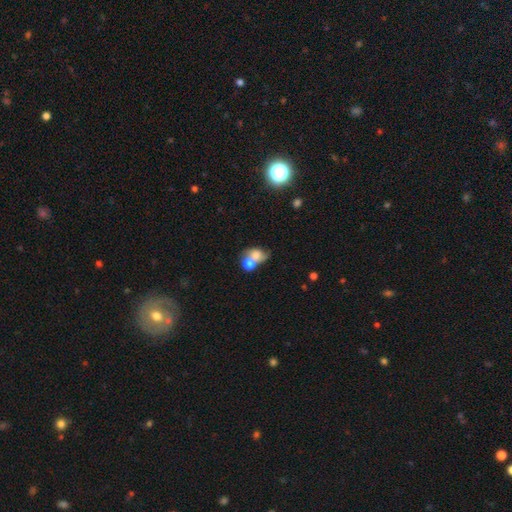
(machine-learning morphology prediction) type=smooth (61%); roundness=in between (56%); merging=merger (57%).